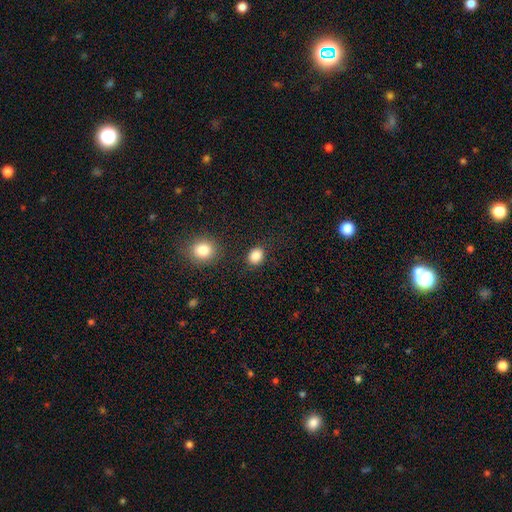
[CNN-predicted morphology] Smooth or featured: smooth — 86% (star or artifact — 10%)
How rounded: round — 52% (in between — 47%)
Merging: none — 84% (minor disturbance — 10%)